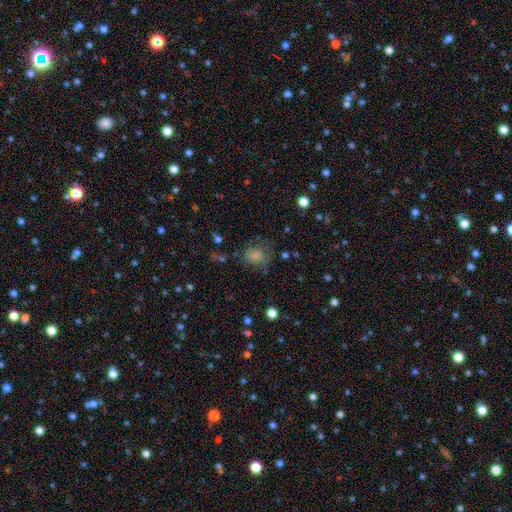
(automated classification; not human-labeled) Smooth or featured? Predicted: smooth (p=0.74). How rounded? Predicted: round (p=0.62). Merging? Predicted: none (p=0.60).